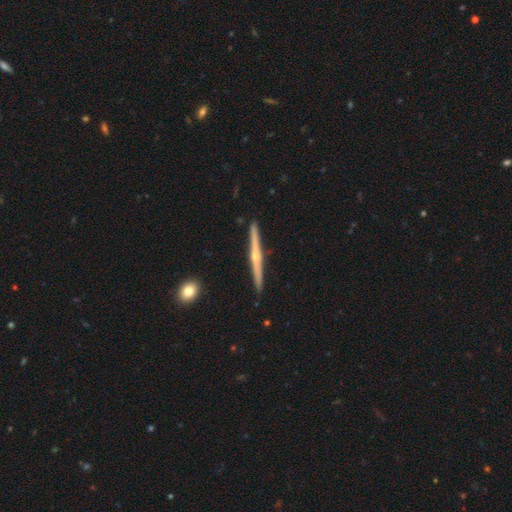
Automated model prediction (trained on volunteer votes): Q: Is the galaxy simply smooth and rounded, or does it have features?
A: featured or disk — 81%.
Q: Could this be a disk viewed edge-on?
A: yes — 98%.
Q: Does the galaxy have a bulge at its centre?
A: rounded — 86%.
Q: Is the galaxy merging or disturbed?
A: none — 92%.